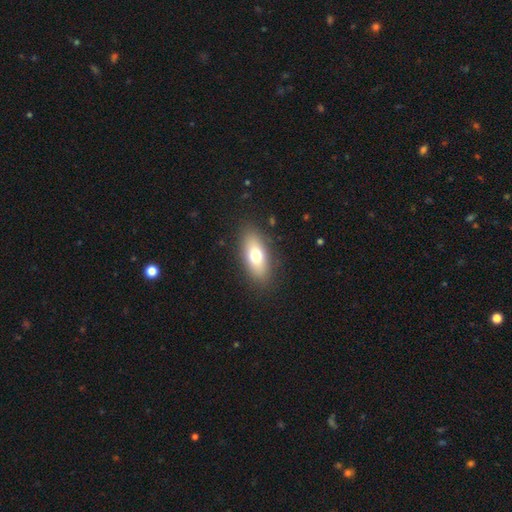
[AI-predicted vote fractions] A smooth galaxy with no disk features (71%) that is in between round and cigar-shaped (82%). Merging: none (86%).